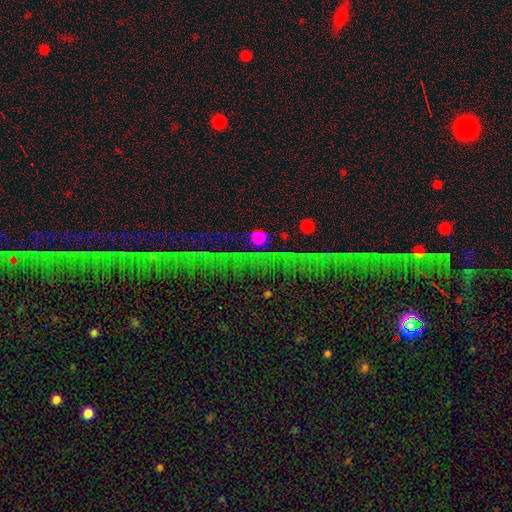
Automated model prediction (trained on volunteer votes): A star or artifact, not a galaxy (82%).